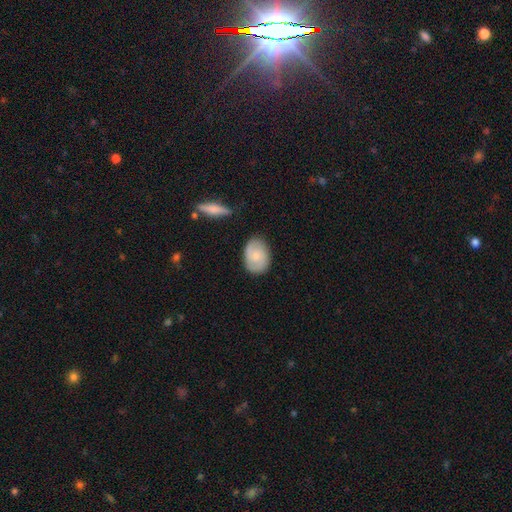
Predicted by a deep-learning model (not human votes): Morphology: type=smooth (59%); roundness=in between (77%); merging=none (79%).